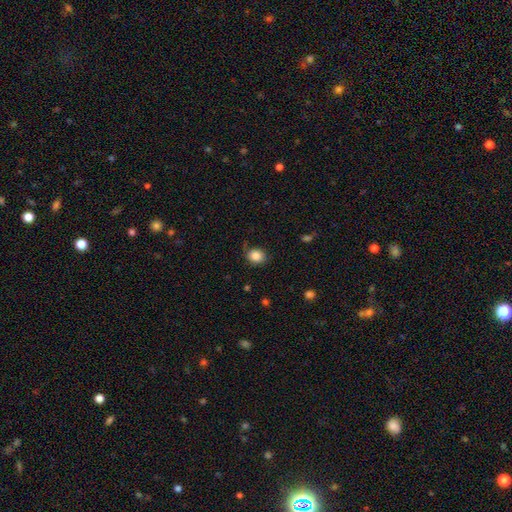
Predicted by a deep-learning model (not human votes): Morphology: type=smooth (85%); roundness=round (64%); merging=none (71%).